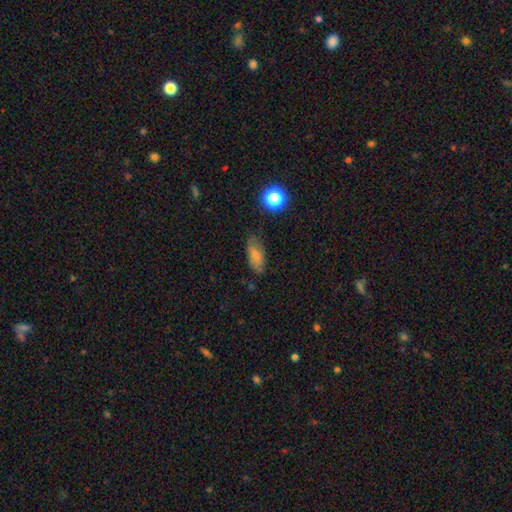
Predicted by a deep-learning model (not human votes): This is likely a smooth galaxy (75%). How rounded: clearly in between (83%). Merging: likely none (73%).